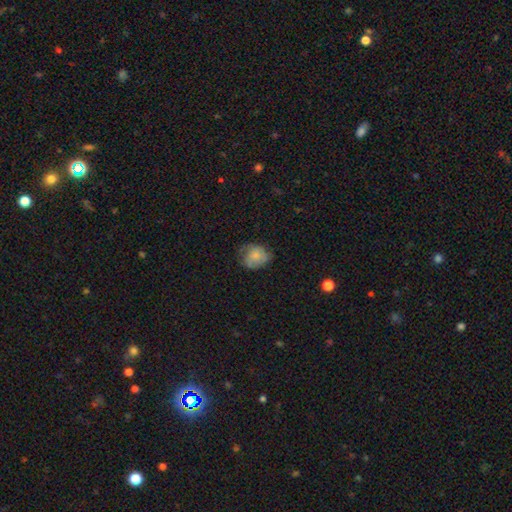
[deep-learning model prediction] Smooth or featured? Predicted: smooth (p=0.67). How rounded? Predicted: round (p=0.62). Merging? Predicted: none (p=0.53).